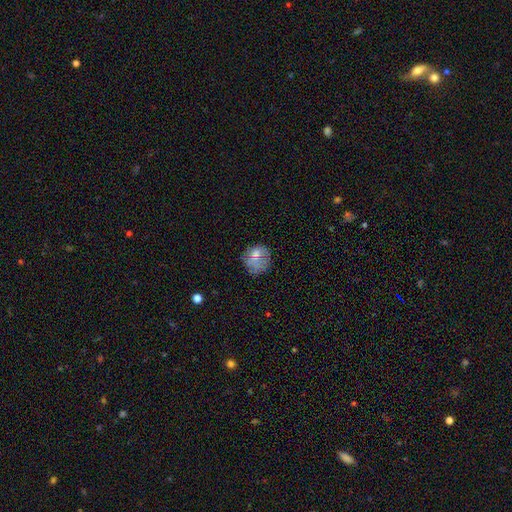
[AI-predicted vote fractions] Smooth or featured? Predicted: smooth (p=0.54). How rounded? Predicted: round (p=0.74). Merging? Predicted: none (p=0.55).